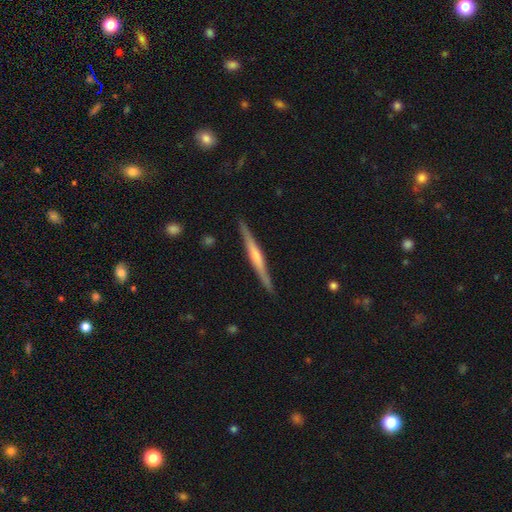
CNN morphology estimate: Smooth or featured? Predicted: featured or disk (p=0.67). Edge-on disk? Predicted: yes (p=0.98). Edge-on bulge? Predicted: rounded (p=0.50). Merging? Predicted: none (p=0.89).